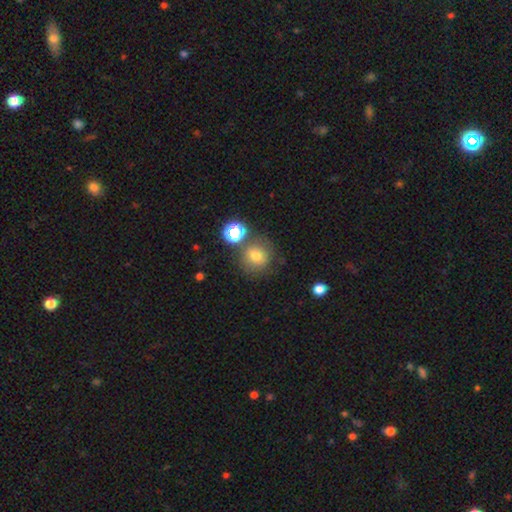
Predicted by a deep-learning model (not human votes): Smooth or featured: smooth — 71% (star or artifact — 17%)
How rounded: round — 88% (in between — 11%)
Merging: none — 68% (minor disturbance — 13%)